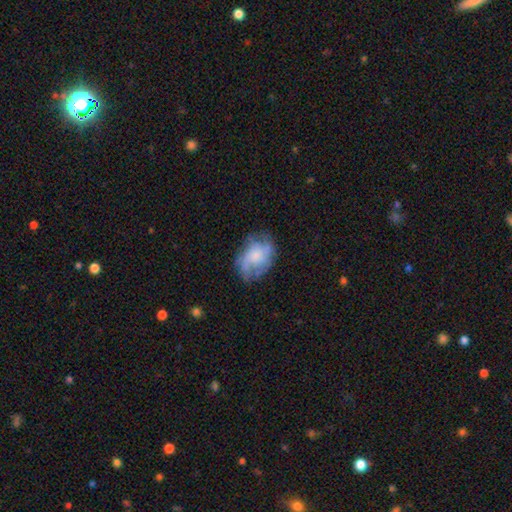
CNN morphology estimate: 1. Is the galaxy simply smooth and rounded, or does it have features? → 59% featured or disk, 33% smooth, 8% star or artifact.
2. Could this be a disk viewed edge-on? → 97% no, 3% yes.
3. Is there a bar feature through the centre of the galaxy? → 75% no, 22% weak, 3% strong.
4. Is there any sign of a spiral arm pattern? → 79% yes, 21% no.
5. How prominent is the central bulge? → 30% small (tied), 30% moderate (tied), 24% none, 14% large, 2% dominant.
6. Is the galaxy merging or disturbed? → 58% none, 25% minor disturbance, 16% major disturbance, 2% merger.